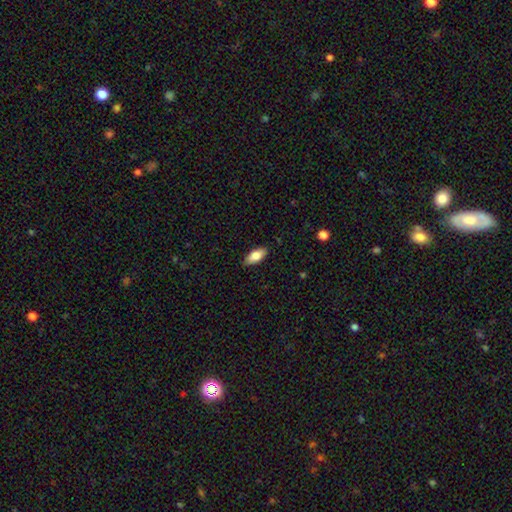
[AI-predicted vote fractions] A smooth galaxy with no disk features (80%) that is in between round and cigar-shaped (86%). Merging: none (87%).